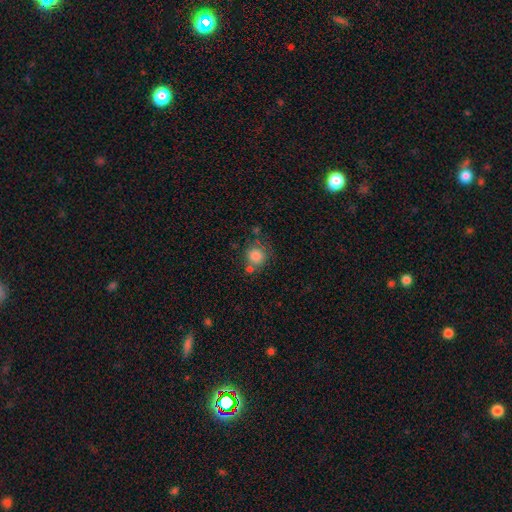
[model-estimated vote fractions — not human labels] Smooth or featured: smooth — 83% (star or artifact — 10%)
How rounded: round — 88% (in between — 11%)
Merging: none — 63% (merger — 17%)